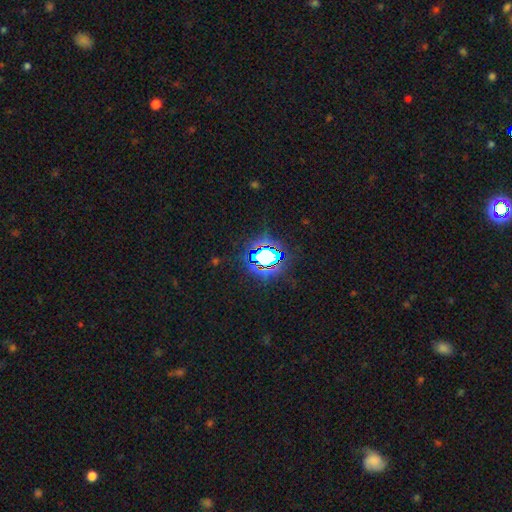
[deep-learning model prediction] A star or artifact, not a galaxy (78%).